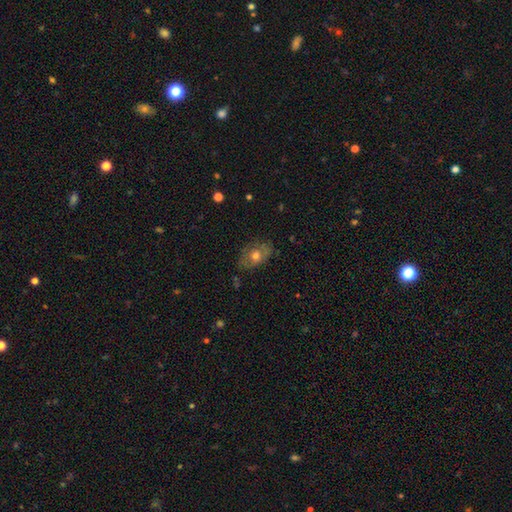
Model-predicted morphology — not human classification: Smooth or featured? smooth (48%)
Merging? none (70%)